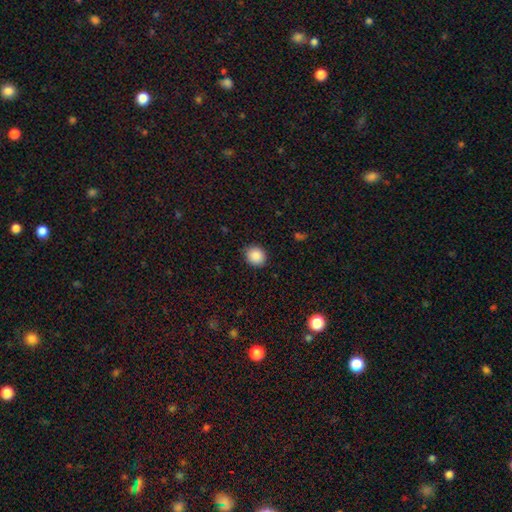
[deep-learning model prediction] Smooth or featured: smooth — 88% (star or artifact — 9%)
How rounded: round — 81% (in between — 19%)
Merging: none — 88% (minor disturbance — 9%)